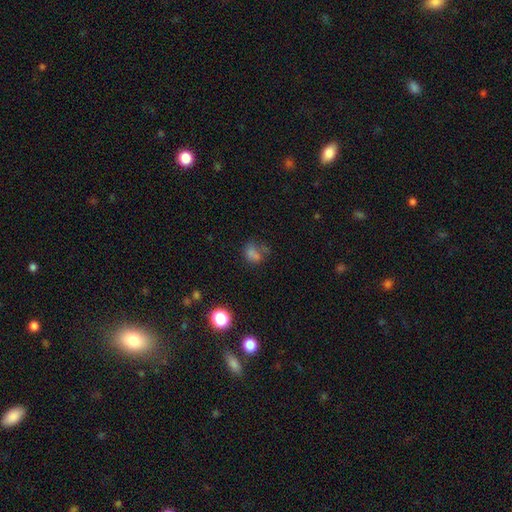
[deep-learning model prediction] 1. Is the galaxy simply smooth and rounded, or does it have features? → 58% smooth, 28% star or artifact, 14% featured or disk.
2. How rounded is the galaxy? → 52% in between, 46% round, 2% cigar-shaped.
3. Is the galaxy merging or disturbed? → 44% none, 20% minor disturbance, 18% major disturbance, 18% merger.